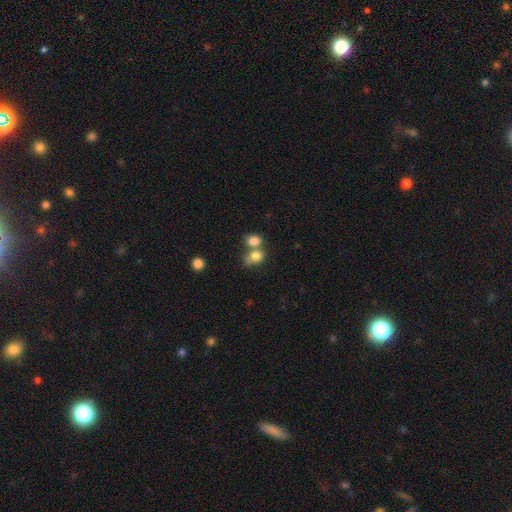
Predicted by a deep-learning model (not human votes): A smooth galaxy with no disk features (81%) that is round (54%). Merging: merger (54%).